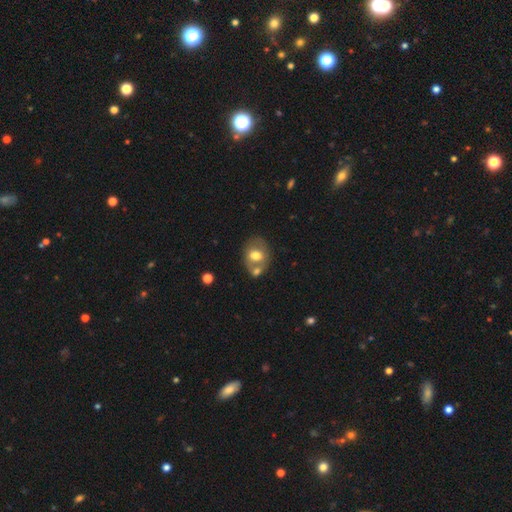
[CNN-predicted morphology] smooth_or_featured: smooth (p=0.63) [alt: featured or disk p=0.29]
how_rounded: in between (p=0.50) [alt: round p=0.49]
merging: none (p=0.47) [alt: merger p=0.35]